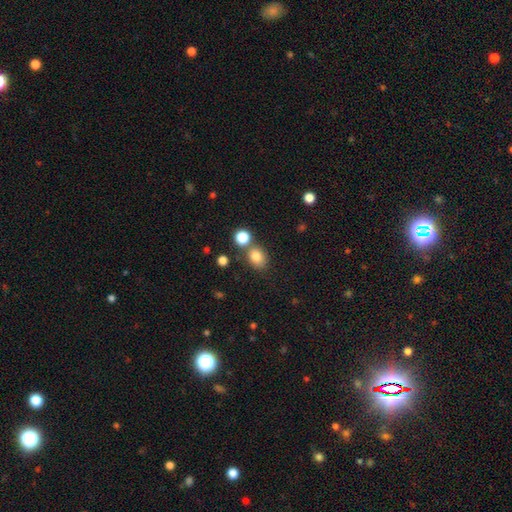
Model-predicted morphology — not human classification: A smooth galaxy with no disk features (82%) that is in between round and cigar-shaped (50%).

Vote fractions:
- Smooth or featured? smooth: 82% / star or artifact: 12% / featured or disk: 7%
- How rounded? in between: 50% / round: 49% / cigar-shaped: 1%
- Merging? none: 65% / merger: 20% / minor disturbance: 11% / major disturbance: 4%